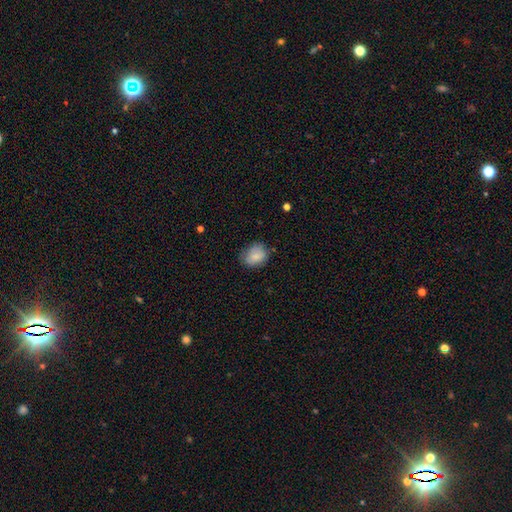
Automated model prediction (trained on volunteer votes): A smooth galaxy with no disk features (84%) that is in between round and cigar-shaped (54%).

Vote fractions:
- Smooth or featured? smooth: 84% / featured or disk: 8% / star or artifact: 8%
- How rounded? in between: 54% / round: 45% / cigar-shaped: 1%
- Merging? none: 70% / minor disturbance: 23% / major disturbance: 5% / merger: 2%